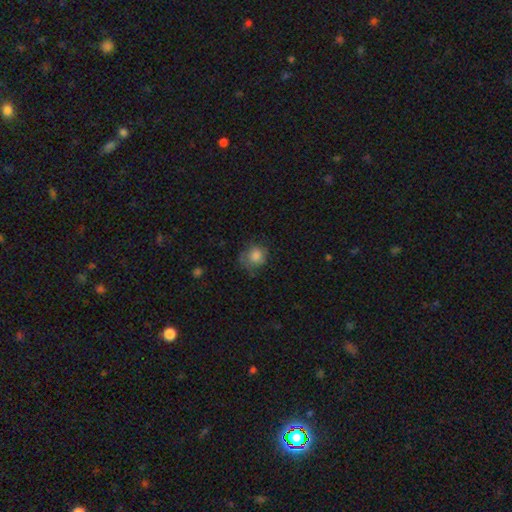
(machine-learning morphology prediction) A smooth galaxy with no disk features (77%) that is round (79%). Merging: none (56%).